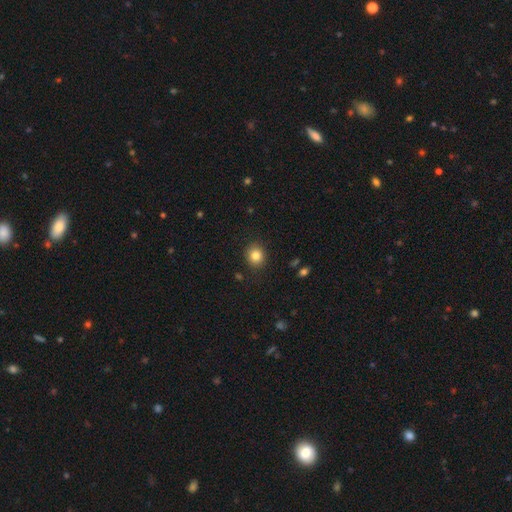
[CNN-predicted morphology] Smooth or featured? Predicted: smooth (p=0.83). How rounded? Predicted: round (p=0.81). Merging? Predicted: none (p=0.89).